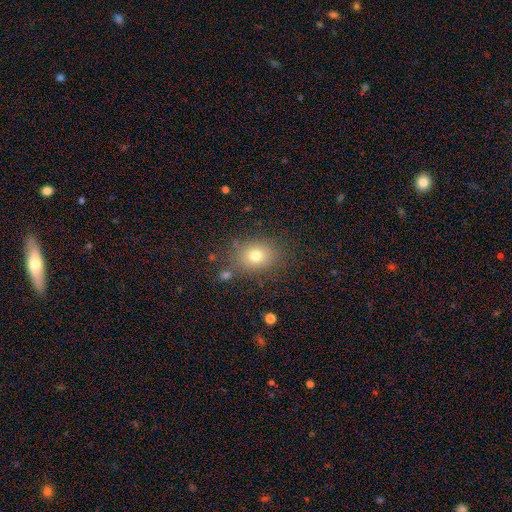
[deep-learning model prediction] Overall: smooth (75%). How rounded: round (51%; in between 48%). Merging: none (79%).